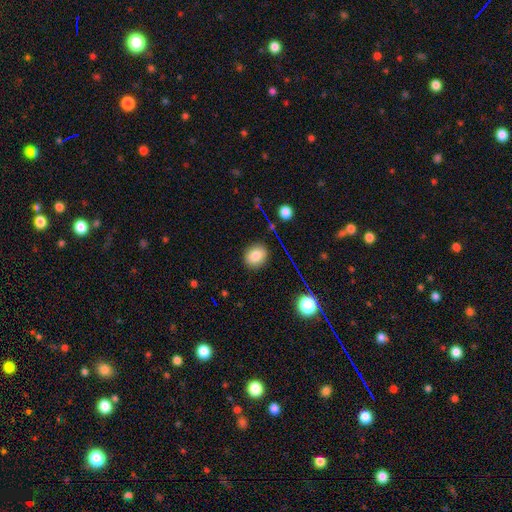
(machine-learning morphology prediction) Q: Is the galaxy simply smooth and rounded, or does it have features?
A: smooth — 81%.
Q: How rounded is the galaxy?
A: round — 53%.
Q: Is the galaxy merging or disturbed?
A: none — 87%.